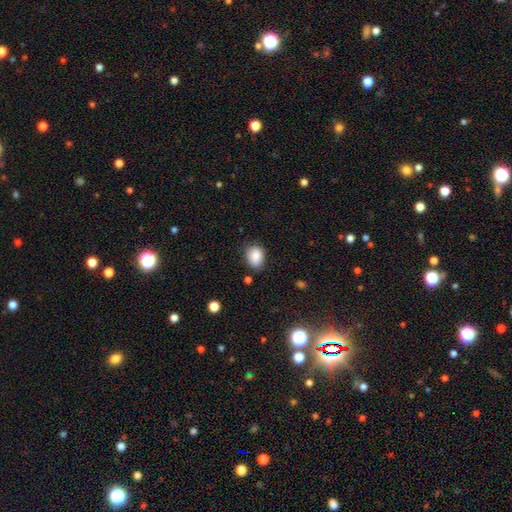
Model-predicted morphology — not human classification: Overall: smooth (85%). How rounded: in between (61%; round 38%). Merging: none (74%).